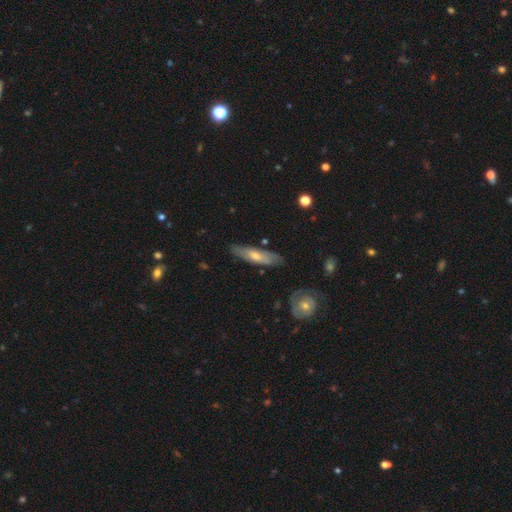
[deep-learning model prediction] Smooth or featured? featured or disk (52%)
Edge-on disk? yes (55%)
Merging? none (82%)